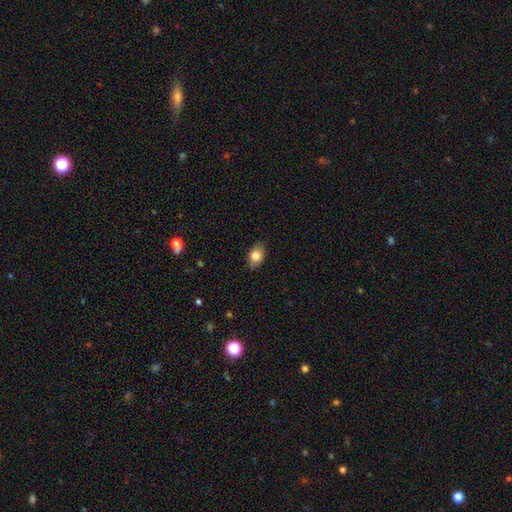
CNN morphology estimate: Smooth or featured: smooth — 79% (featured or disk — 13%)
How rounded: in between — 81% (round — 18%)
Merging: none — 82% (minor disturbance — 15%)